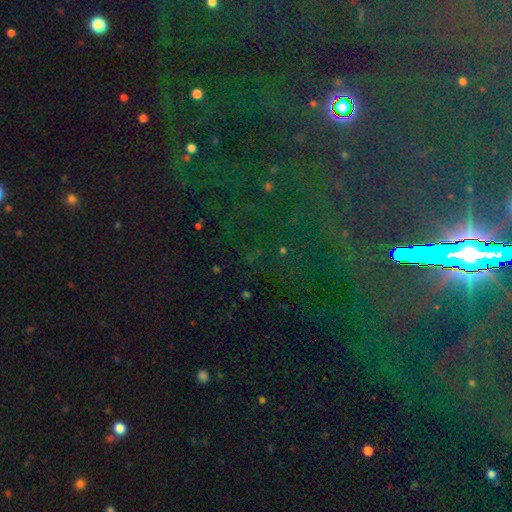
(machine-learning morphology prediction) Smooth or featured? Predicted: star or artifact (p=0.84).